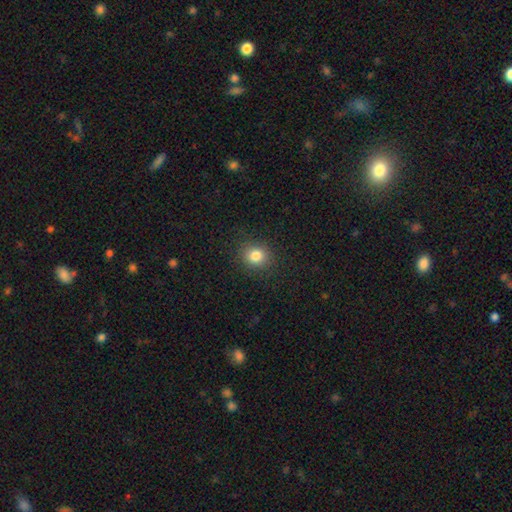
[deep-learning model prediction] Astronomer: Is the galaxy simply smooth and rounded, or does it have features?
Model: smooth — 83%.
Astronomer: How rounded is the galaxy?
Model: round — 80%.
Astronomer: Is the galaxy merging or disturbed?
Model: none — 89%.